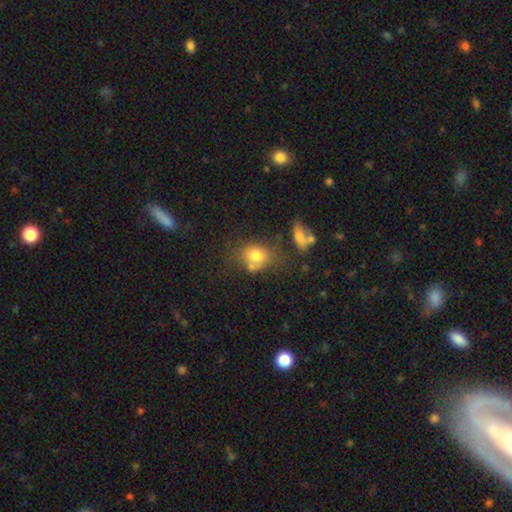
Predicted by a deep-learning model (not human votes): A smooth galaxy with no disk features (75%) that is in between round and cigar-shaped (50%). Merging: none (47%).